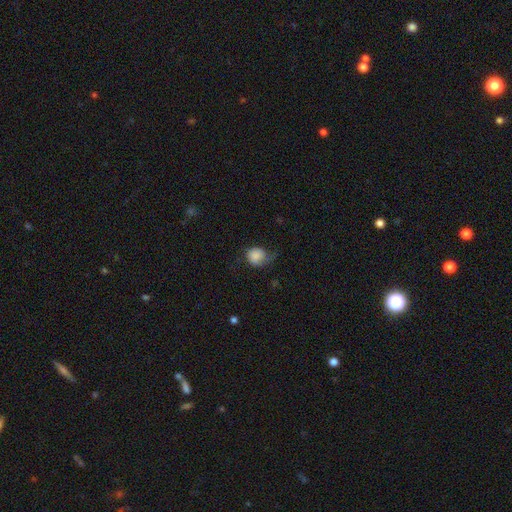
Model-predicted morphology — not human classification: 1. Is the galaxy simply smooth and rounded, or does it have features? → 76% smooth, 15% featured or disk, 8% star or artifact.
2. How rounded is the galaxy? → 72% round, 27% in between, 1% cigar-shaped.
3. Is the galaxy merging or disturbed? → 41% none, 33% minor disturbance, 23% major disturbance, 2% merger.